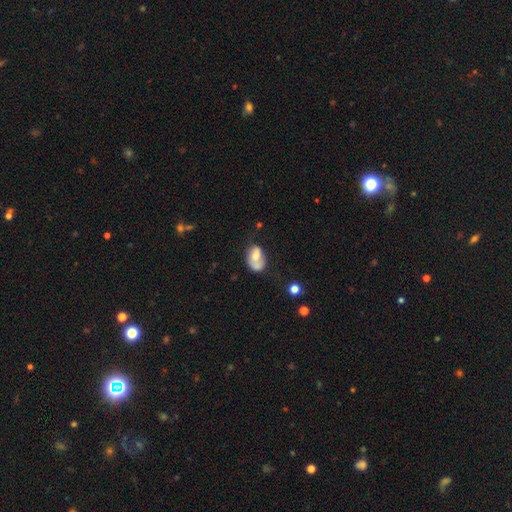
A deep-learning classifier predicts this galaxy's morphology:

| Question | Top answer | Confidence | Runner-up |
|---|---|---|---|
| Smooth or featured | smooth | 58% | featured or disk (34%) |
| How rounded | in between | 84% | round (15%) |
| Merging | none | 33% | minor disturbance (28%) |